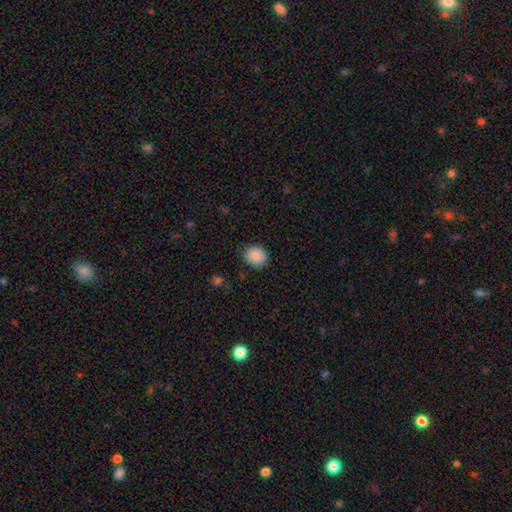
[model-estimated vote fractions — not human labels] Overall: smooth (88%). How rounded: round (63%; in between 36%). Merging: none (85%).